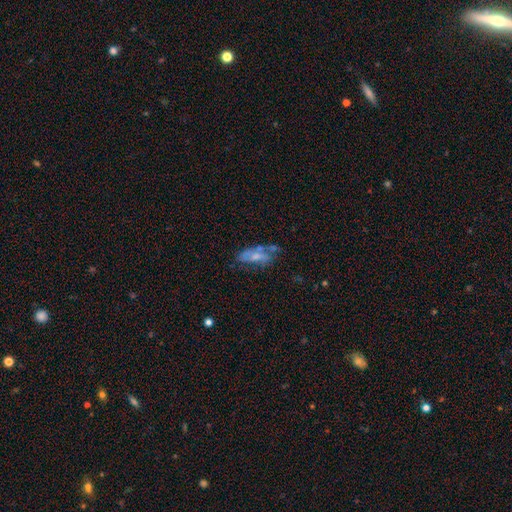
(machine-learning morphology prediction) Smooth or featured?
  - smooth: 48% *
  - featured or disk: 43%
  - star or artifact: 9%
Merging?
  - none: 40% *
  - minor disturbance: 28%
  - major disturbance: 20%
  - merger: 12%